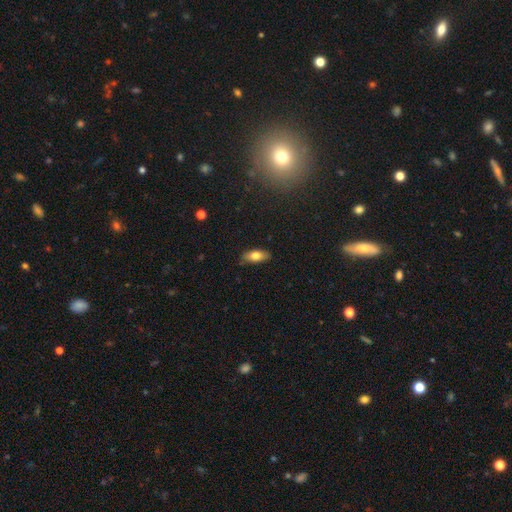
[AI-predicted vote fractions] A smooth galaxy with no disk features (76%) that is in between round and cigar-shaped (82%).

Vote fractions:
- Smooth or featured? smooth: 76% / featured or disk: 17% / star or artifact: 7%
- How rounded? in between: 82% / cigar-shaped: 15% / round: 3%
- Merging? none: 82% / minor disturbance: 14% / major disturbance: 2% / merger: 1%